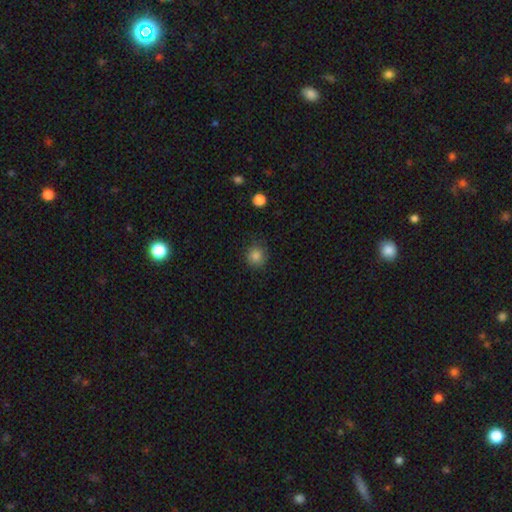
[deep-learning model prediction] smooth 84%, star or artifact 11%, featured or disk 5%. Down the decision tree: how rounded — round (91%); merging — none (87%).